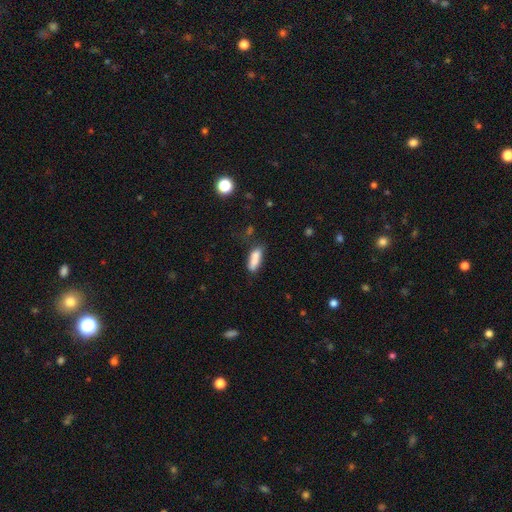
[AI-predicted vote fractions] A smooth galaxy with no disk features (81%) that is in between round and cigar-shaped (60%).

Vote fractions:
- Smooth or featured? smooth: 81% / featured or disk: 10% / star or artifact: 8%
- How rounded? in between: 60% / cigar-shaped: 38% / round: 2%
- Merging? none: 55% / minor disturbance: 26% / merger: 10% / major disturbance: 9%